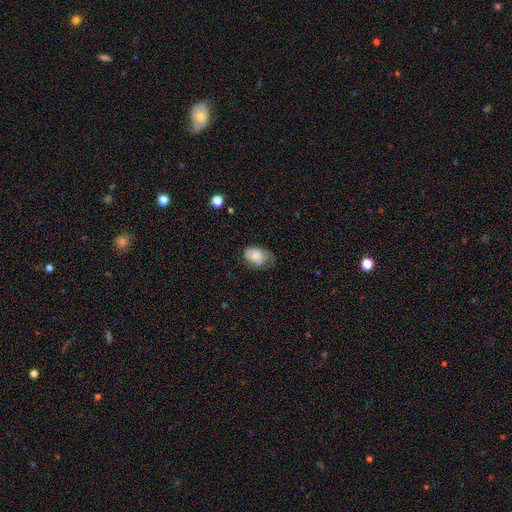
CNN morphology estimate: This is likely a smooth galaxy (72%). How rounded: clearly in between (83%). Merging: marginally minor disturbance (38%).